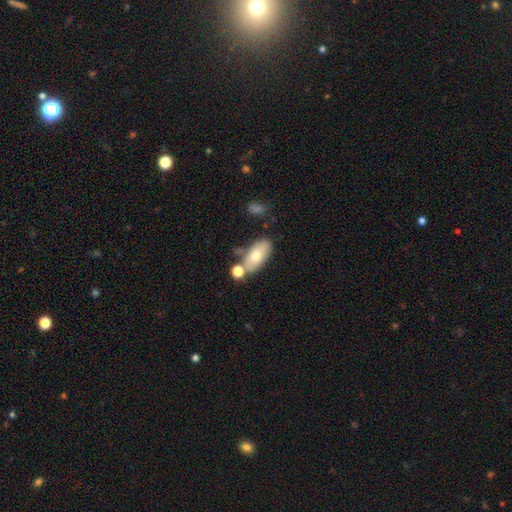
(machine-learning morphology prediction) This is likely a smooth galaxy (70%). How rounded: clearly in between (90%). Merging: possibly none (57%).